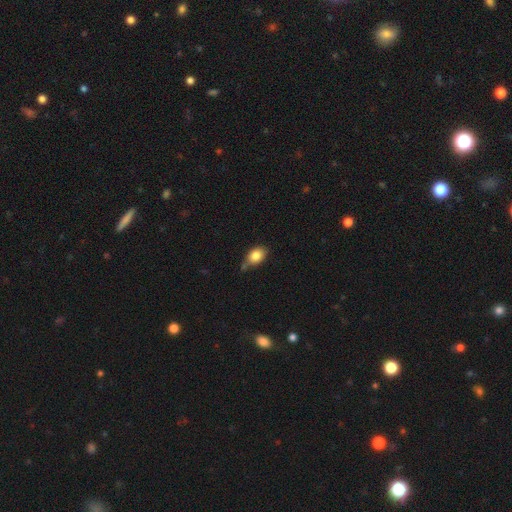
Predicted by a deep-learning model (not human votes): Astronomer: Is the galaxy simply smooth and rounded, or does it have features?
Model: smooth — 83%.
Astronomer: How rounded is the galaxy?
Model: in between — 78%.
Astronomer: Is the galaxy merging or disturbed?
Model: none — 53% (runner-up: minor disturbance, 31%).